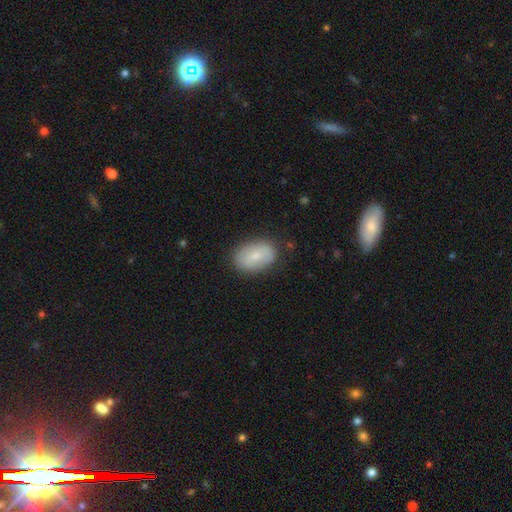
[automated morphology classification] smooth_or_featured: smooth (p=0.71) [alt: featured or disk p=0.22]
how_rounded: in between (p=0.85) [alt: round p=0.14]
merging: none (p=0.83) [alt: minor disturbance p=0.12]